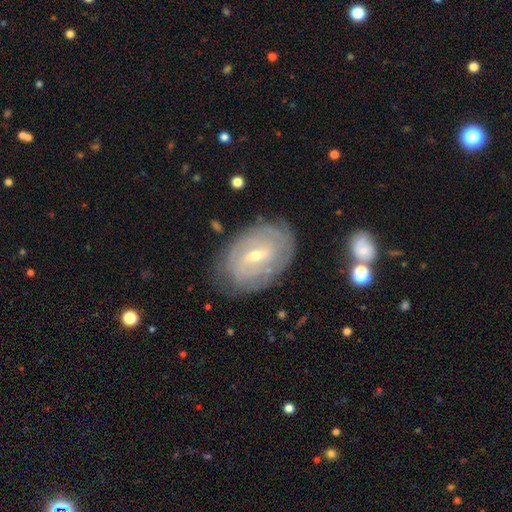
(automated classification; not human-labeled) A featured or disk galaxy (78%) with a weak bar (55%), tight (72%) spiral arms (82%) and a small central bulge (60%). Merging: none (75%).